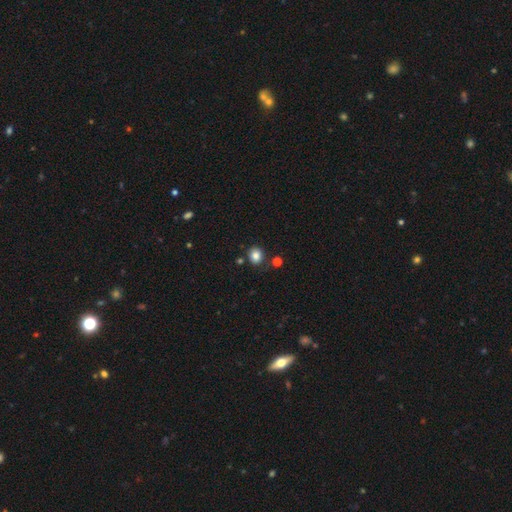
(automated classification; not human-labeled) This appears to be a smooth galaxy with no disk features (83%) that is round (72%). Merging: none (82%).